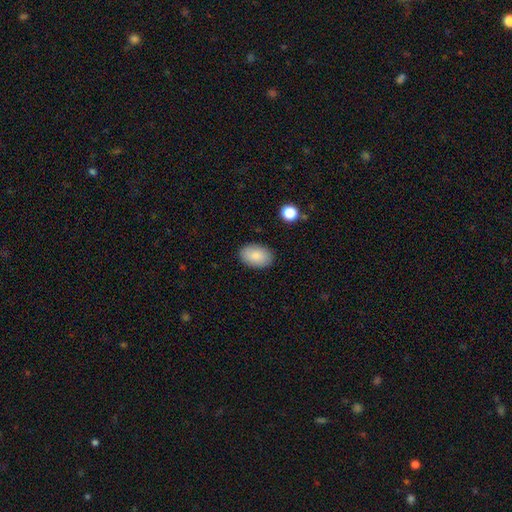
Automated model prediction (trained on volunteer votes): smooth_or_featured: smooth (p=0.87) [alt: star or artifact p=0.07]
how_rounded: in between (p=0.89) [alt: round p=0.10]
merging: none (p=0.88) [alt: minor disturbance p=0.09]